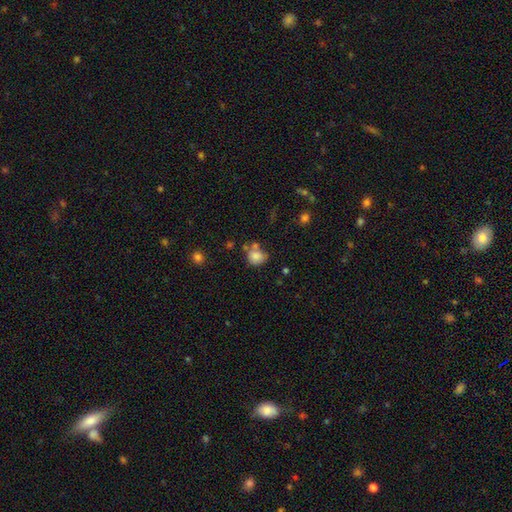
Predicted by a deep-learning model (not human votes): A smooth galaxy with no disk features (80%) that is round (69%).

Vote fractions:
- Smooth or featured? smooth: 80% / star or artifact: 10% / featured or disk: 9%
- How rounded? round: 69% / in between: 30% / cigar-shaped: 1%
- Merging? none: 53% / merger: 20% / minor disturbance: 20% / major disturbance: 7%